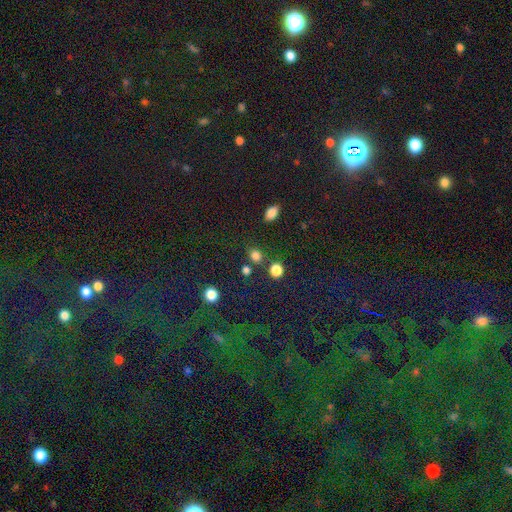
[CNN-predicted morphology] A smooth galaxy with no disk features (81%) that is round (71%).

Vote fractions:
- Smooth or featured? smooth: 81% / star or artifact: 14% / featured or disk: 5%
- How rounded? round: 71% / in between: 28% / cigar-shaped: 1%
- Merging? none: 77% / merger: 10% / minor disturbance: 9% / major disturbance: 3%